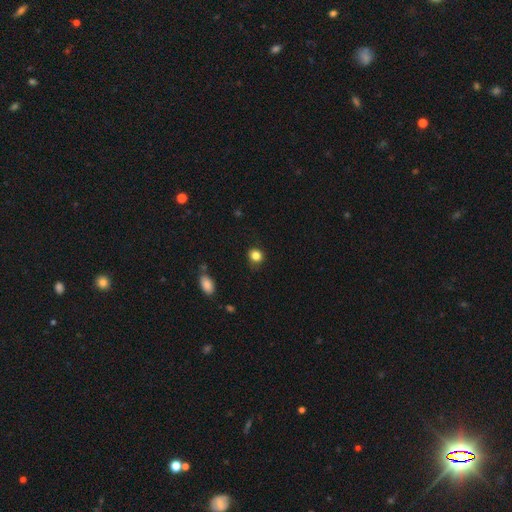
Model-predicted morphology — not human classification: Q: Smooth or featured?
A: smooth (84%); runner-up: star or artifact (11%)
Q: How rounded?
A: round (79%); runner-up: in between (20%)
Q: Merging?
A: none (81%); runner-up: minor disturbance (14%)